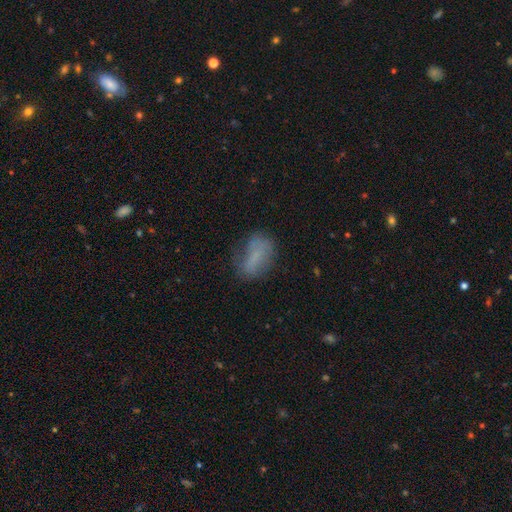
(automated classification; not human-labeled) Smooth or featured? smooth (64%)
How rounded? in between (84%)
Merging? none (54%)